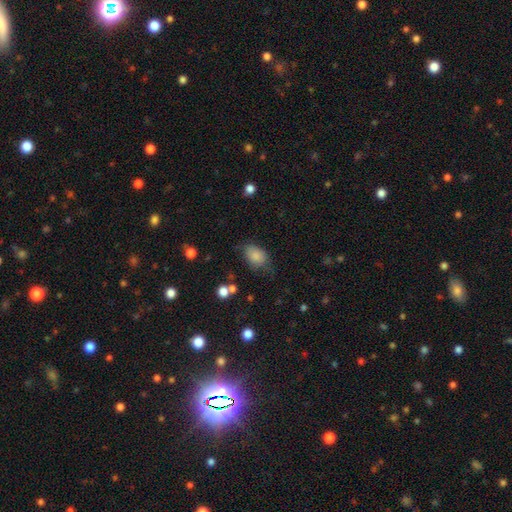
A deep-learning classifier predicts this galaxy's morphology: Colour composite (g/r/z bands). It shows a smooth galaxy with no disk features (83%) that is in between round and cigar-shaped (79%). Merging: none (54%).